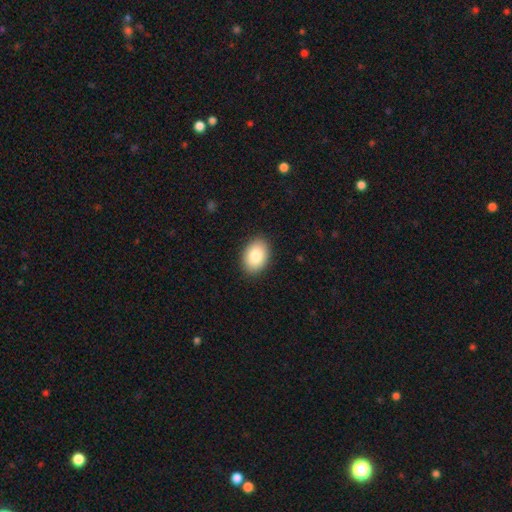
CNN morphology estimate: Q: Smooth or featured?
A: smooth (86%); runner-up: featured or disk (8%)
Q: How rounded?
A: in between (83%); runner-up: round (16%)
Q: Merging?
A: none (89%); runner-up: minor disturbance (8%)